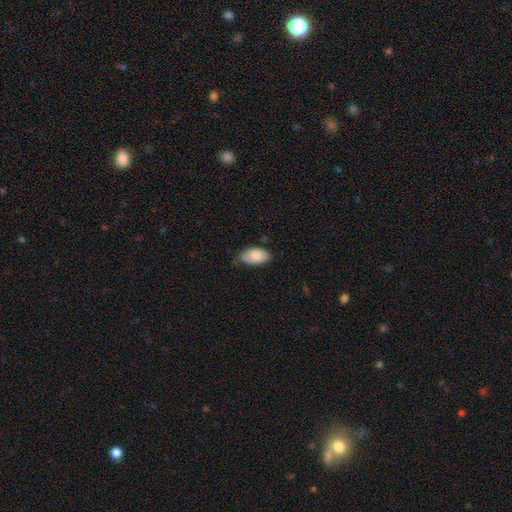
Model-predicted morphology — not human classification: Smooth or featured? smooth (86%)
How rounded? in between (94%)
Merging? none (60%)